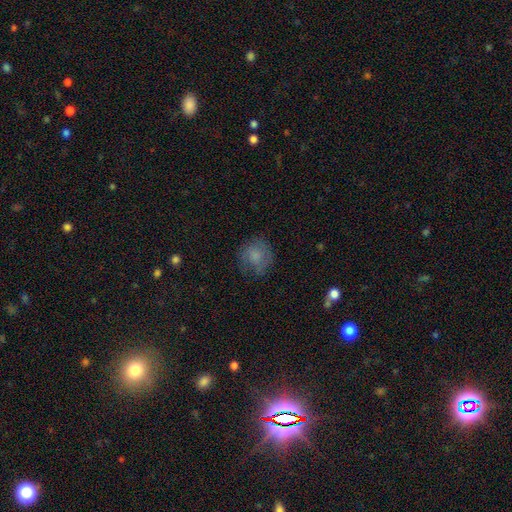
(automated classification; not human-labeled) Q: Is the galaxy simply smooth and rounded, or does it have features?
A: smooth — 72%.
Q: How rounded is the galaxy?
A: round — 83%.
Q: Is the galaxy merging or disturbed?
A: none — 64%.